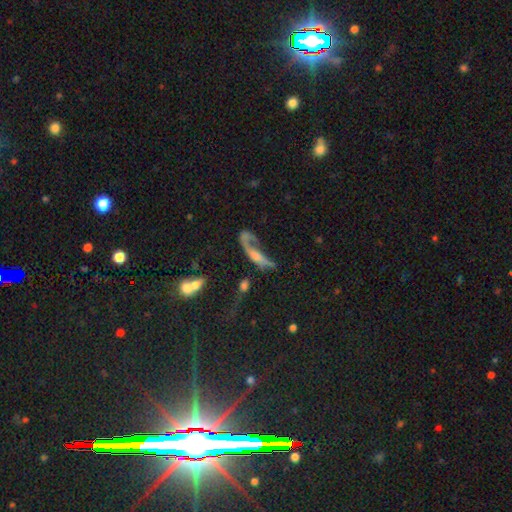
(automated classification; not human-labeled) Smooth or featured?
  - featured or disk: 59% *
  - smooth: 28%
  - star or artifact: 13%
Edge-on disk?
  - no: 77% *
  - yes: 23%
Merging?
  - major disturbance: 46% *
  - none: 24%
  - merger: 16%
  - minor disturbance: 14%